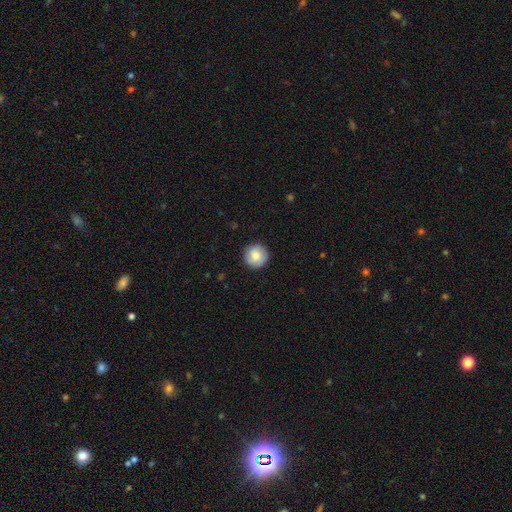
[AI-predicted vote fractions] A smooth galaxy with no disk features (84%) that is round (95%).

Vote fractions:
- Smooth or featured? smooth: 84% / featured or disk: 9% / star or artifact: 7%
- How rounded? round: 95% / in between: 4% / cigar-shaped: 1%
- Merging? none: 91% / minor disturbance: 6% / major disturbance: 2% / merger: 1%